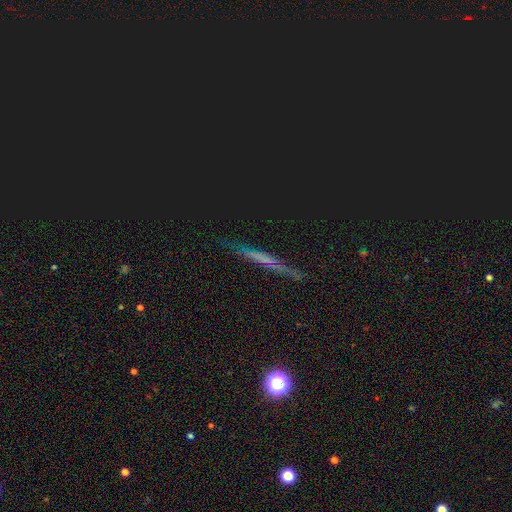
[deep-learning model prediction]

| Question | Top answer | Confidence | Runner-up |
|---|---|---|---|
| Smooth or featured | star or artifact | 38% | featured or disk (34%) |